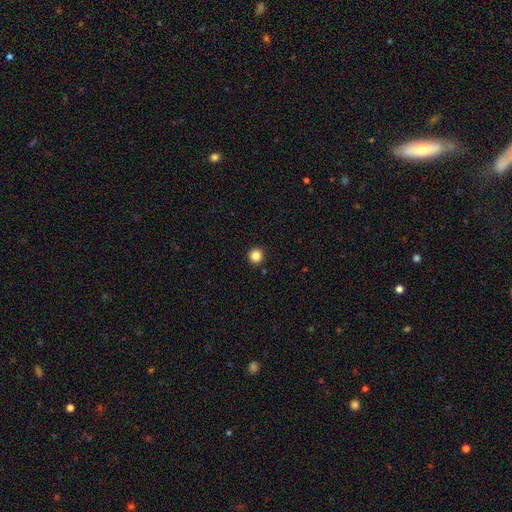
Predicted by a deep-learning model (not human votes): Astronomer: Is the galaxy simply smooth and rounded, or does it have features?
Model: smooth — 85%.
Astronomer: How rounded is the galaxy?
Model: round — 96%.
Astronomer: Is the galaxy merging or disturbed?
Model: none — 93%.